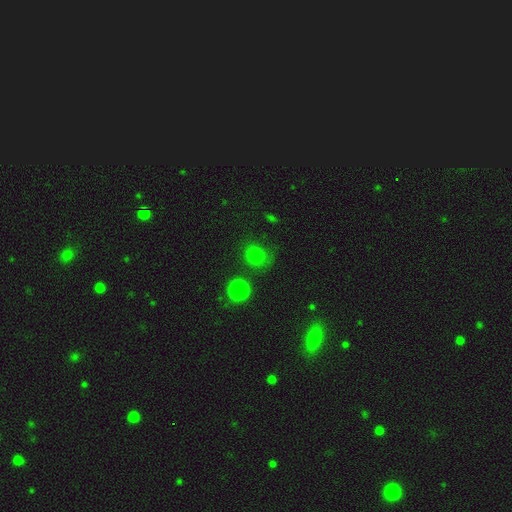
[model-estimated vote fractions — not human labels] Smooth or featured: smooth — 76% (star or artifact — 18%)
How rounded: round — 81% (in between — 18%)
Merging: none — 72% (minor disturbance — 15%)